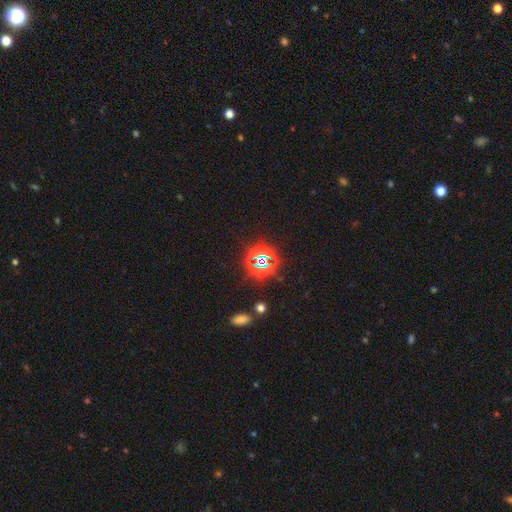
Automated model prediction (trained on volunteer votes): Smooth or featured?
  - star or artifact: 77% *
  - smooth: 15%
  - featured or disk: 9%